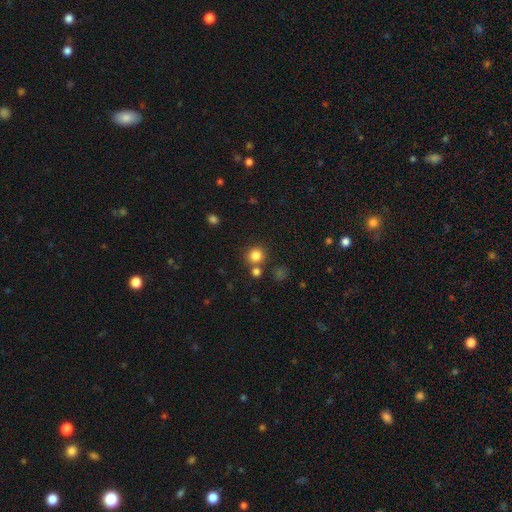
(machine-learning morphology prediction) This appears to be a smooth galaxy with no disk features (82%) that is round (91%). Merging: none (74%).